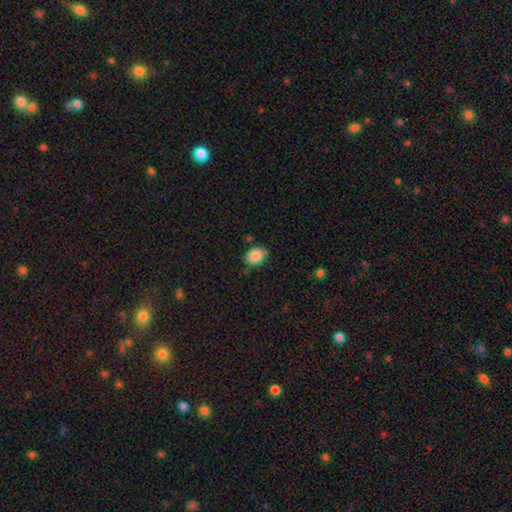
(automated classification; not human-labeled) A smooth galaxy with no disk features (88%) that is in between round and cigar-shaped (69%). Merging: none (77%).